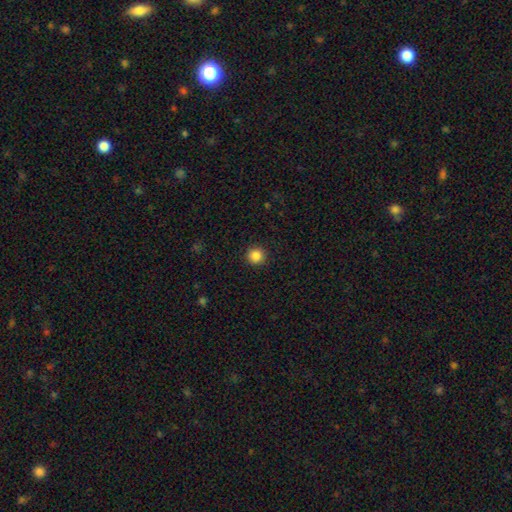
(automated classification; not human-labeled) smooth-or-featured: smooth: 86% | star or artifact: 10% | featured or disk: 3%
  how-rounded: round: 96% | in between: 3% | cigar-shaped: 1%
  merging: none: 93% | minor disturbance: 4% | major disturbance: 2% | merger: 1%